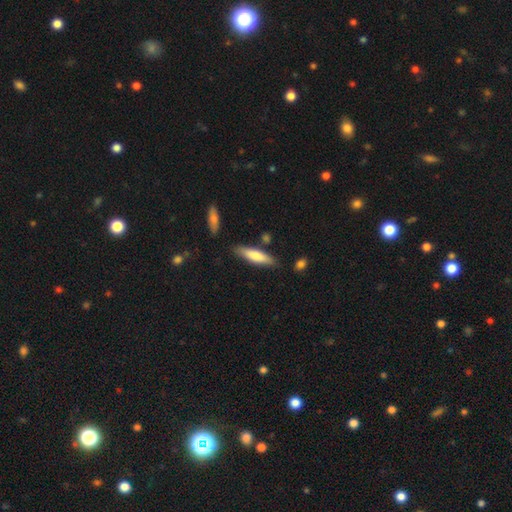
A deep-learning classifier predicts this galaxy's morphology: A smooth galaxy with no disk features (74%) that is cigar-shaped (72%).

Vote fractions:
- Smooth or featured? smooth: 74% / featured or disk: 20% / star or artifact: 5%
- How rounded? cigar-shaped: 72% / in between: 27% / round: 1%
- Merging? none: 81% / minor disturbance: 12% / merger: 4% / major disturbance: 2%